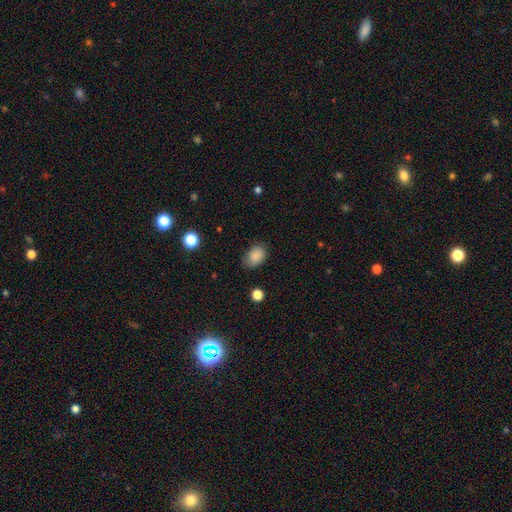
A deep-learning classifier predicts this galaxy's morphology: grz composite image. It shows a smooth galaxy with no disk features (86%) that is in between round and cigar-shaped (78%). Merging: none (71%).